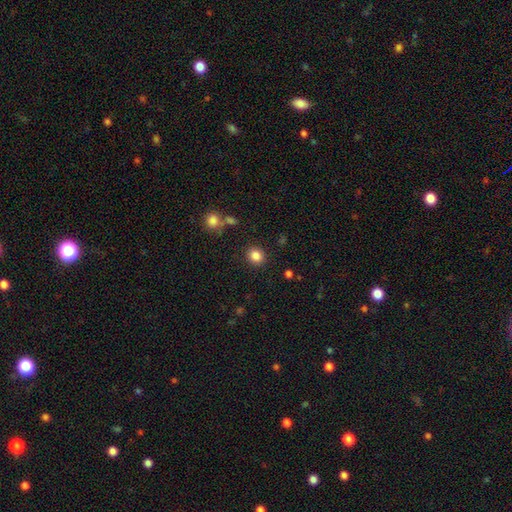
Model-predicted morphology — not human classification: smooth-or-featured: smooth: 85% | star or artifact: 10% | featured or disk: 4%
  how-rounded: round: 77% | in between: 22% | cigar-shaped: 1%
  merging: none: 88% | minor disturbance: 7% | major disturbance: 3% | merger: 2%